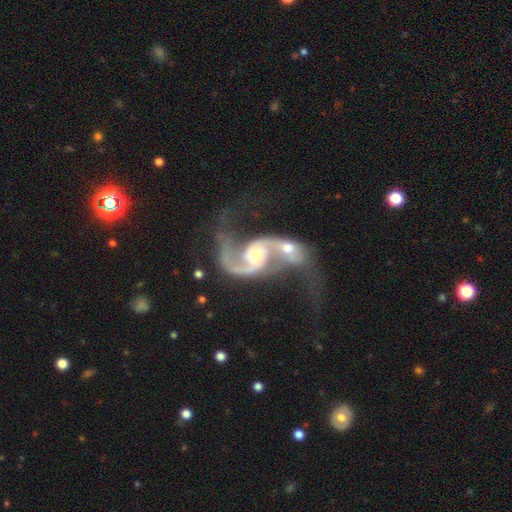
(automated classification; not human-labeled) Smooth or featured? Predicted: featured or disk (p=0.91). Edge-on disk? Predicted: no (p=0.97). Bar? Predicted: no (p=0.55). Spiral arms? Predicted: yes (p=0.97). Spiral winding? Predicted: loose (p=0.51). Spiral arm count? Predicted: 2 (p=0.89). Bulge size? Predicted: moderate (p=0.52). Merging? Predicted: merger (p=0.70).